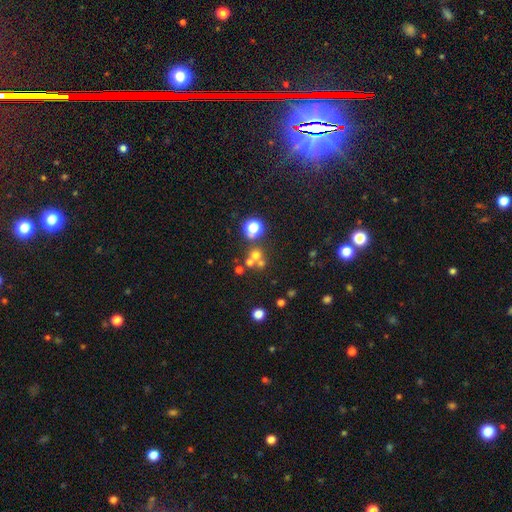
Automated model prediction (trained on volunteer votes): smooth_or_featured: smooth (p=0.54) [alt: star or artifact p=0.29]
how_rounded: round (p=0.88) [alt: in between p=0.11]
merging: none (p=0.53) [alt: merger p=0.35]